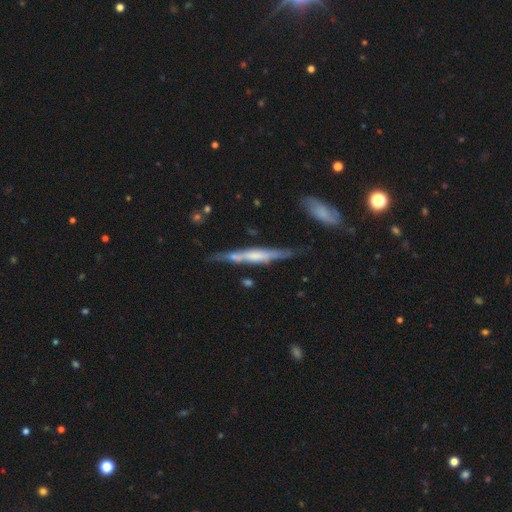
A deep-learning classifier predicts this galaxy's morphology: smooth-or-featured: featured or disk: 62% | smooth: 33% | star or artifact: 6%
  disk-edge-on: yes: 90% | no: 10%
    edge-on-bulge: boxy: 37% | none: 32% | rounded: 32%
  merging: none: 68% | minor disturbance: 20% | merger: 7% | major disturbance: 5%